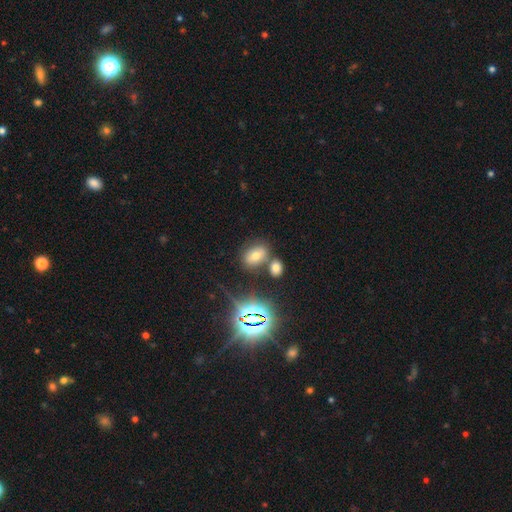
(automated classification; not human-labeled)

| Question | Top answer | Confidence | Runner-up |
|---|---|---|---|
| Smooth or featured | smooth | 59% | star or artifact (27%) |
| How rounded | in between | 77% | round (21%) |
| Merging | none | 64% | merger (22%) |